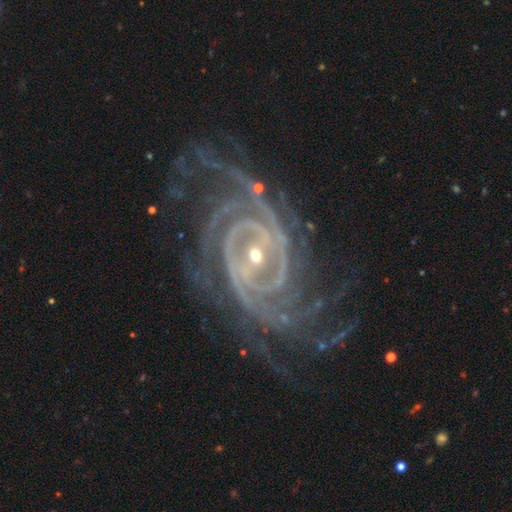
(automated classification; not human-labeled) A featured or disk galaxy (92%) with no bar (34%), 2 (24%) tight (68%) spiral arms (98%) and a small central bulge (64%).

Vote fractions:
- Smooth or featured? featured or disk: 92% / star or artifact: 5% / smooth: 3%
- Edge-on disk? no: 97% / yes: 3%
- Bar? no: 34% / weak: 33% / strong: 33%
- Spiral arms? yes: 98% / no: 2%
- Spiral winding? tight: 68% / medium: 26% / loose: 6%
- Spiral arm count? 2: 24% / 3: 19% / 4: 18% / can't tell: 15% / more than 4: 15% / 1: 9%
- Bulge size? small: 64% / moderate: 32% / large: 2% / none: 1% / dominant: 1%
- Merging? none: 63% / minor disturbance: 19% / major disturbance: 15% / merger: 3%